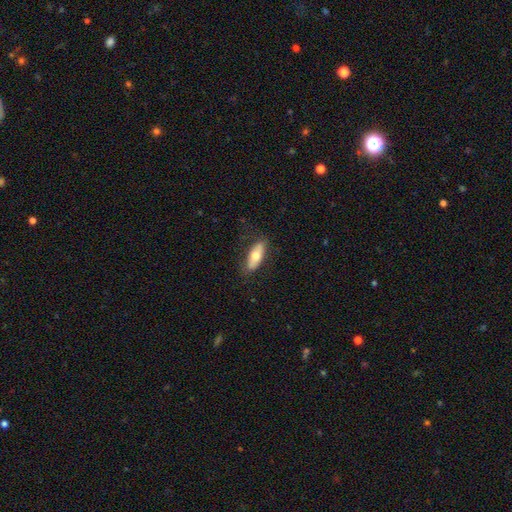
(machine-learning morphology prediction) Smooth or featured? Predicted: smooth (p=0.66). How rounded? Predicted: in between (p=0.75). Merging? Predicted: none (p=0.82).